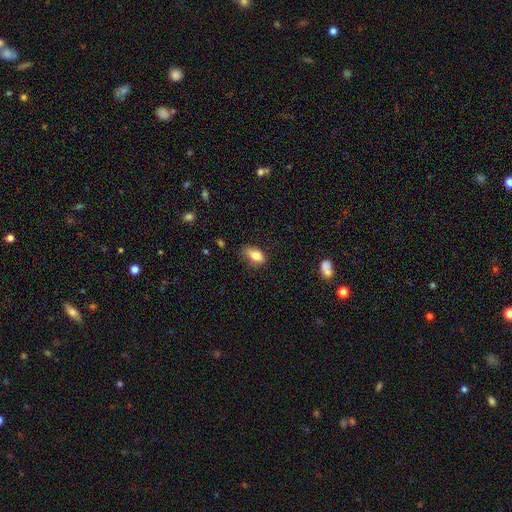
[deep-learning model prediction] Smooth or featured?
  - smooth: 80% *
  - featured or disk: 11%
  - star or artifact: 9%
How rounded?
  - in between: 86% *
  - round: 8%
  - cigar-shaped: 7%
Merging?
  - none: 57% *
  - minor disturbance: 32%
  - major disturbance: 9%
  - merger: 2%